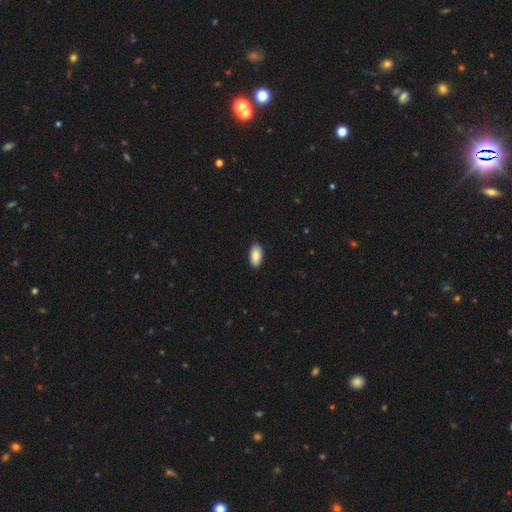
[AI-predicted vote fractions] Smooth or featured? smooth (88%)
How rounded? in between (94%)
Merging? none (89%)